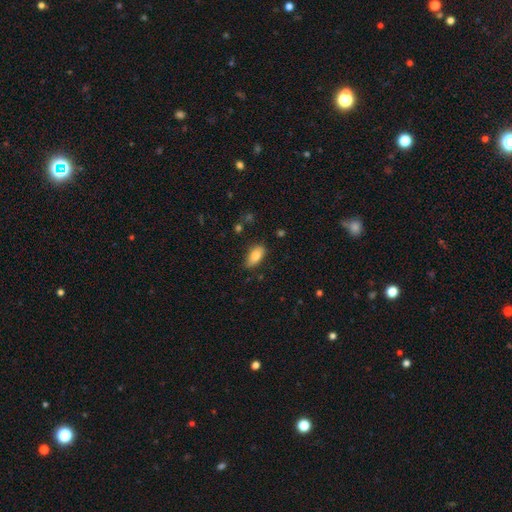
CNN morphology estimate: smooth-or-featured: smooth: 83% | featured or disk: 10% | star or artifact: 7%
  how-rounded: in between: 89% | cigar-shaped: 9% | round: 3%
  merging: none: 78% | minor disturbance: 17% | major disturbance: 3% | merger: 2%